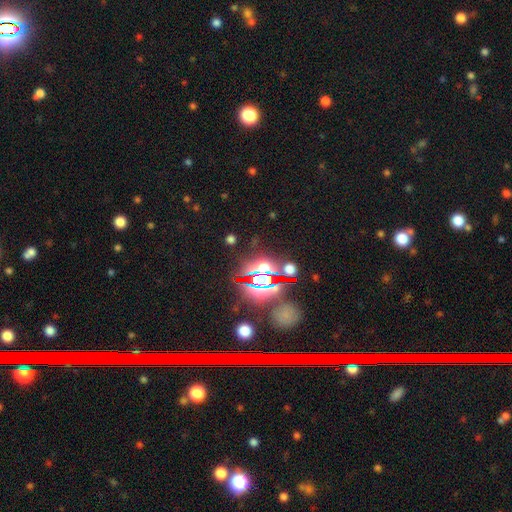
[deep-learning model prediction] Smooth or featured?
  - star or artifact: 81% *
  - smooth: 10%
  - featured or disk: 9%